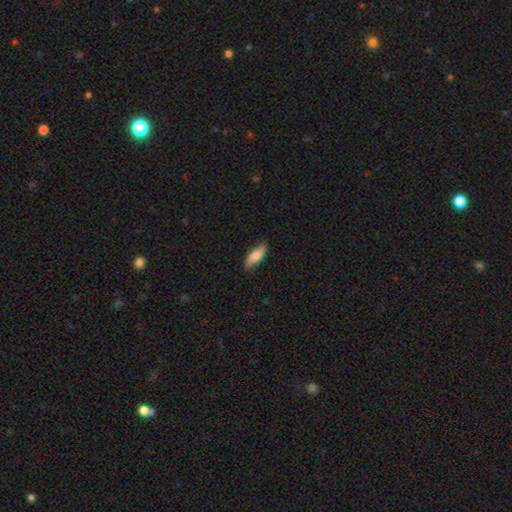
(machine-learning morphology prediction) Q: Smooth or featured?
A: smooth (81%); runner-up: featured or disk (13%)
Q: How rounded?
A: in between (68%); runner-up: cigar-shaped (30%)
Q: Merging?
A: none (84%); runner-up: minor disturbance (13%)